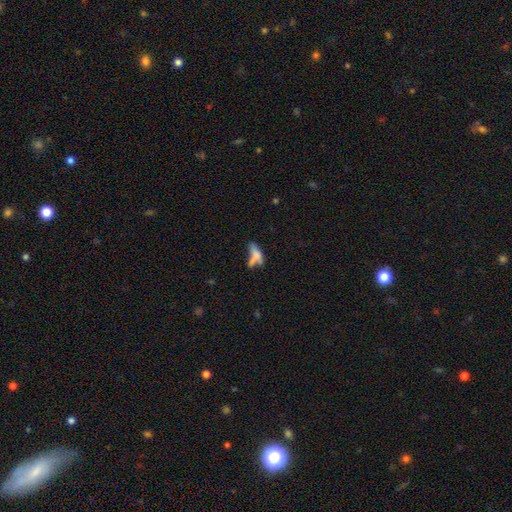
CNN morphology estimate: smooth 63%, featured or disk 25%, star or artifact 12%. Down the decision tree: how rounded — in between (57%); merging — merger (41%).